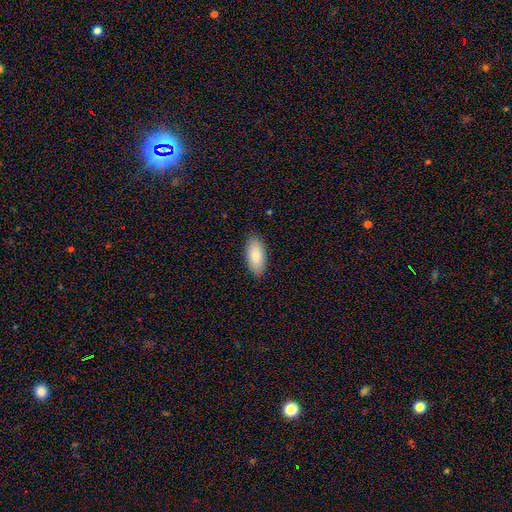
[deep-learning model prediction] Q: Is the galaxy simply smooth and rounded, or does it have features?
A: smooth — 88%.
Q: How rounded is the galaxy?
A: in between — 90%.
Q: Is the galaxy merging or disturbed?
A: none — 87%.